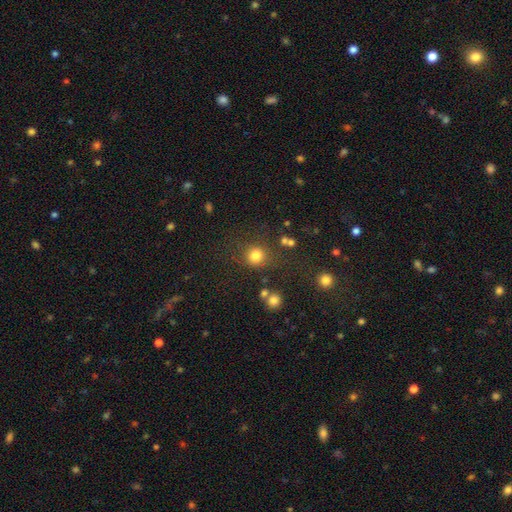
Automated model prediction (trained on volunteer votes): Smooth or featured: smooth — 80% (star or artifact — 14%)
How rounded: round — 89% (in between — 10%)
Merging: none — 77% (minor disturbance — 11%)